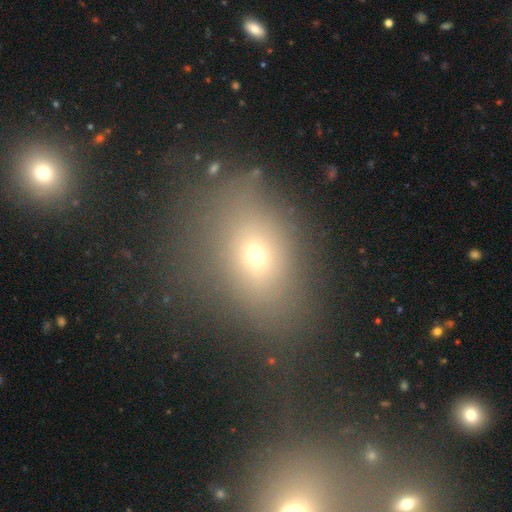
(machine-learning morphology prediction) smooth 65%, star or artifact 18%, featured or disk 17%. Down the decision tree: how rounded — in between (70%); merging — none (68%).